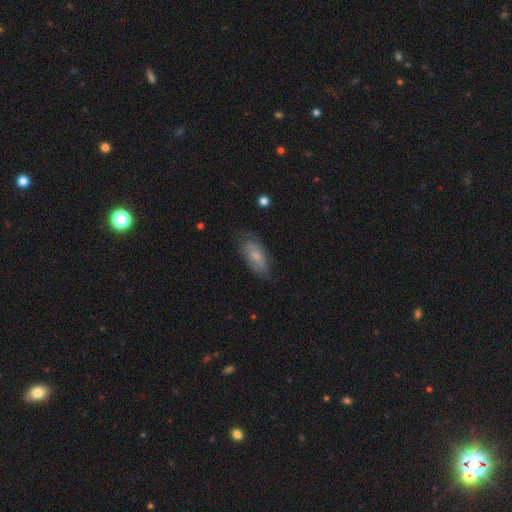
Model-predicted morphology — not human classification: This is likely a smooth galaxy (62%). How rounded: clearly in between (85%). Merging: likely none (66%).